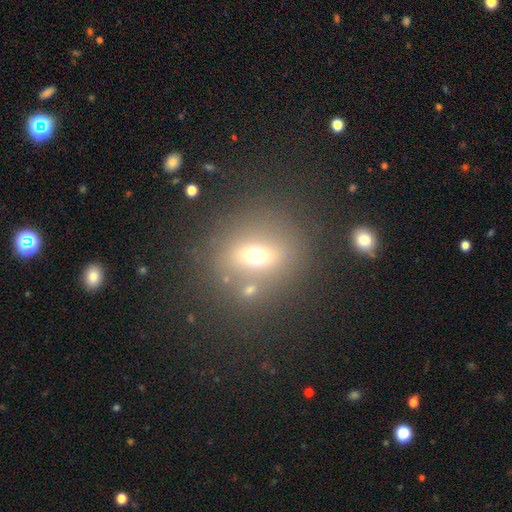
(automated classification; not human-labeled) Morphology: type=smooth (59%); roundness=round (60%); merging=none (73%).